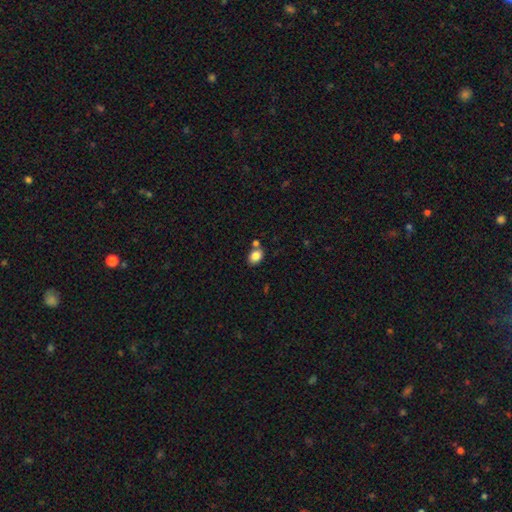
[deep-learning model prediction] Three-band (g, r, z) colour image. It shows a smooth galaxy with no disk features (85%) that is in between round and cigar-shaped (71%). Merging: none (66%).